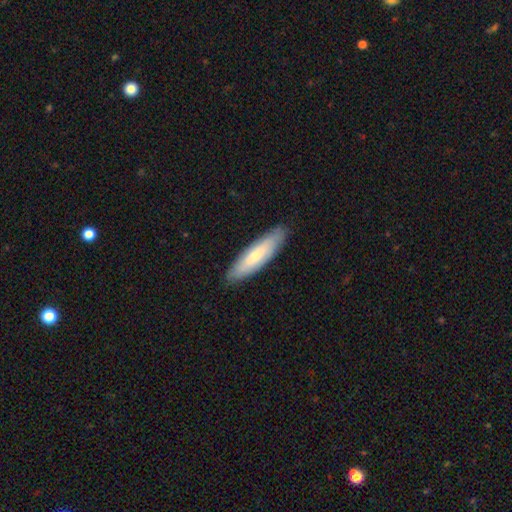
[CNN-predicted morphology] Smooth or featured?
  - smooth: 67% *
  - featured or disk: 27%
  - star or artifact: 5%
How rounded?
  - cigar-shaped: 68% *
  - in between: 31%
  - round: 1%
Merging?
  - none: 88% *
  - minor disturbance: 9%
  - major disturbance: 2%
  - merger: 1%